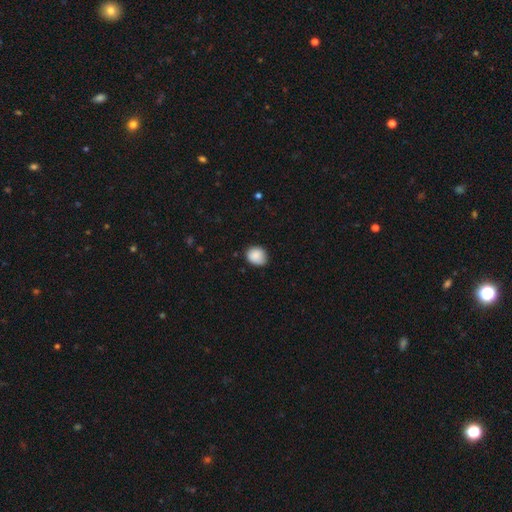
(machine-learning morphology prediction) The model was most divided on "how rounded": round: 67%, in between: 32%, cigar-shaped: 1%. More confident: smooth or featured — smooth (88%); merging — none (75%).